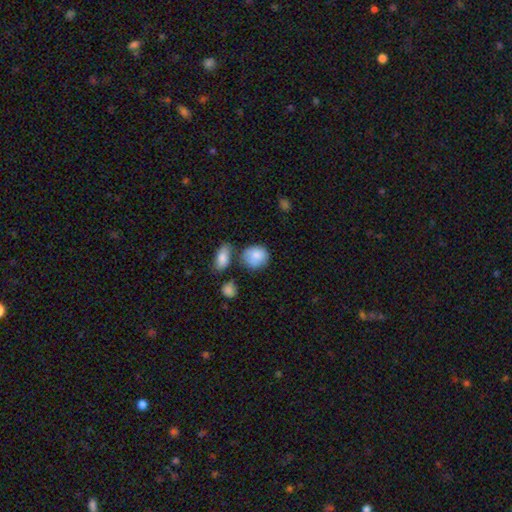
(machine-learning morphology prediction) This appears to be a smooth galaxy with no disk features (84%) that is round (73%). Merging: none (61%).